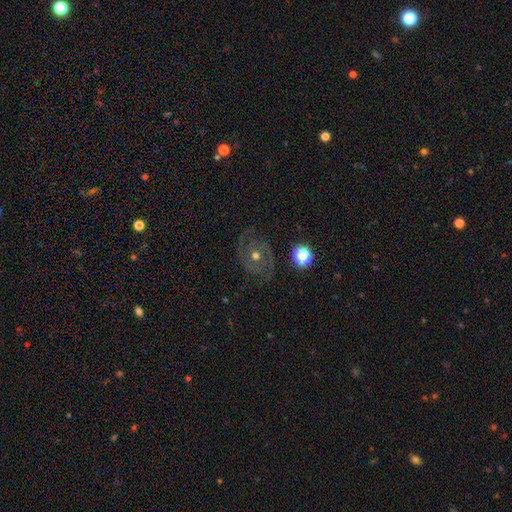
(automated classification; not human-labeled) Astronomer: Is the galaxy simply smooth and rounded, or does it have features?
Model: featured or disk — 80%.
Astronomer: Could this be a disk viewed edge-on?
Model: no — 97%.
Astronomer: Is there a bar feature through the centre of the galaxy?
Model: no — 76%.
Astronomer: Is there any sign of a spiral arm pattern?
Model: yes — 94%.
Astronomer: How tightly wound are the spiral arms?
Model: tight — 47% (runner-up: medium, 43%).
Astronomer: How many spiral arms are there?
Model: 2 — 75%.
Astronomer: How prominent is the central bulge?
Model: moderate — 69%.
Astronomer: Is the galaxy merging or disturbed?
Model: none — 77%.